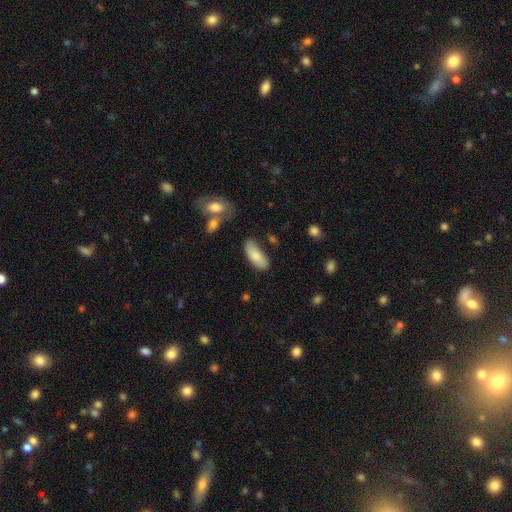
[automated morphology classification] The model was most divided on "merging": none: 71%, minor disturbance: 19%, merger: 5%, major disturbance: 5%. More confident: smooth or featured — smooth (82%); how rounded — in between (79%).